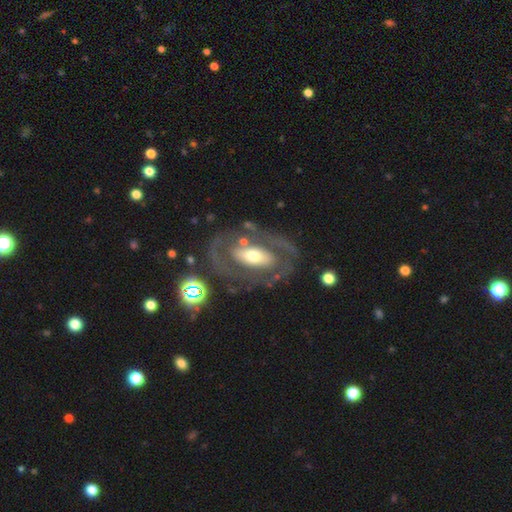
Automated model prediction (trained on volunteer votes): Q: Smooth or featured?
A: featured or disk (73%); runner-up: smooth (21%)
Q: Edge-on disk?
A: no (92%); runner-up: yes (8%)
Q: Bar?
A: no (60%); runner-up: weak (21%)
Q: Spiral arms?
A: yes (53%); runner-up: no (47%)
Q: Bulge size?
A: moderate (60%); runner-up: large (21%)
Q: Merging?
A: none (70%); runner-up: minor disturbance (15%)